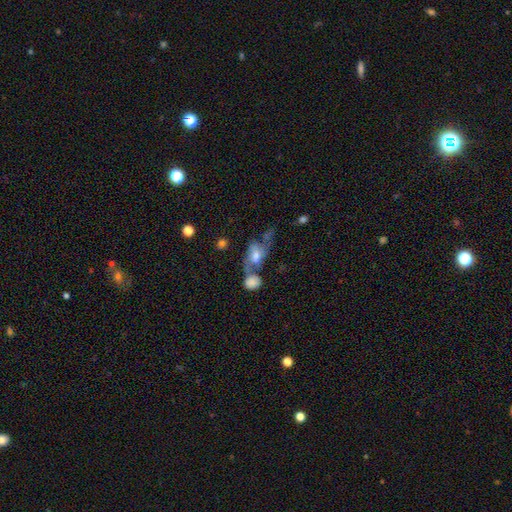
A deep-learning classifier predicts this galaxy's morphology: A featured or disk galaxy (52%). Merging: merger (42%).